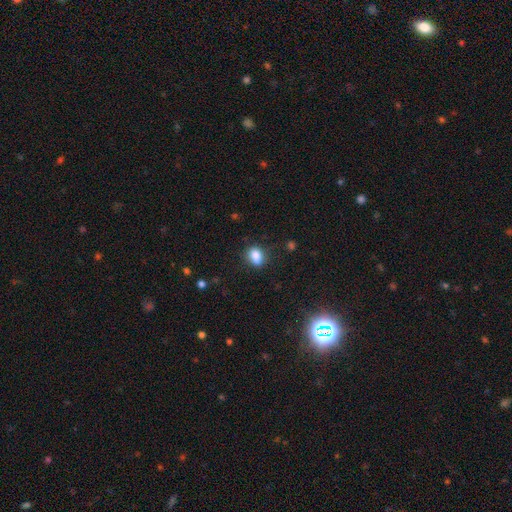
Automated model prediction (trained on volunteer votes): The model was most divided on "how rounded": in between: 63%, round: 35%, cigar-shaped: 2%. More confident: smooth or featured — smooth (84%); merging — none (75%).